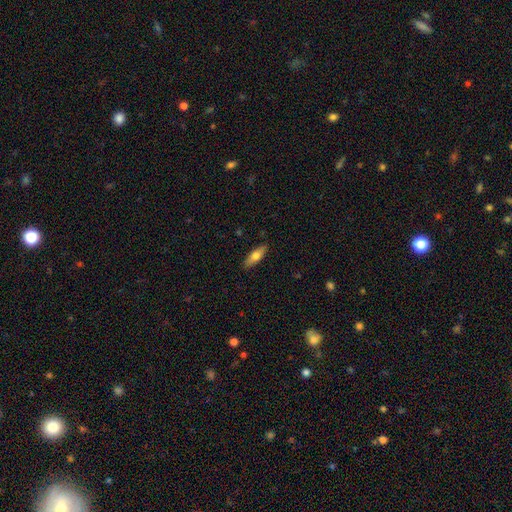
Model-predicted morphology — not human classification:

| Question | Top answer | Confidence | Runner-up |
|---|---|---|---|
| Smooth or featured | smooth | 67% | featured or disk (27%) |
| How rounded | in between | 57% | cigar-shaped (40%) |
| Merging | none | 88% | minor disturbance (9%) |